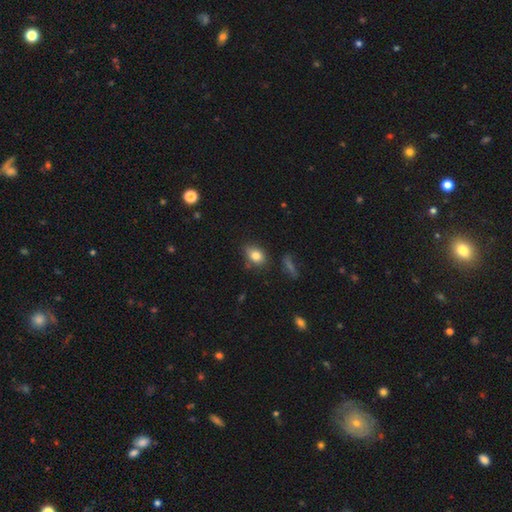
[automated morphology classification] Q: Smooth or featured?
A: smooth (82%); runner-up: star or artifact (9%)
Q: How rounded?
A: in between (75%); runner-up: round (23%)
Q: Merging?
A: none (75%); runner-up: minor disturbance (17%)